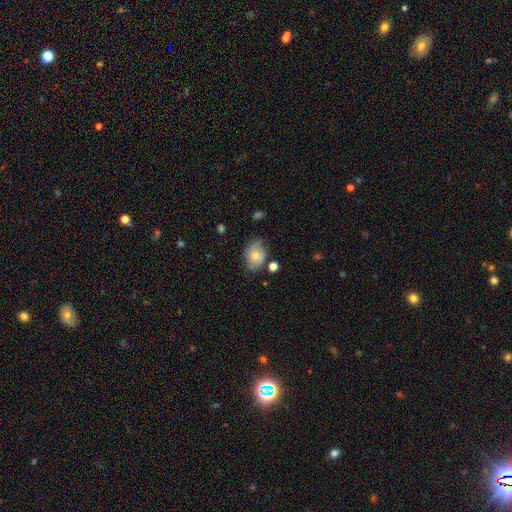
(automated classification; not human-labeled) This is likely a smooth galaxy (65%). How rounded: likely in between (63%). Merging: likely none (63%).